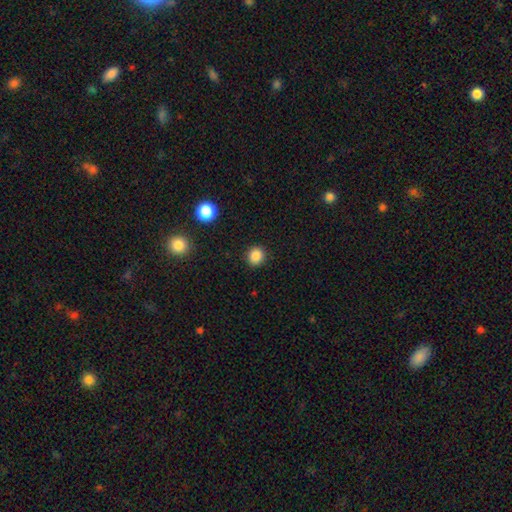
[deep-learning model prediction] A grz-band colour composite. It shows a smooth galaxy with no disk features (86%) that is round (85%). Merging: none (91%).